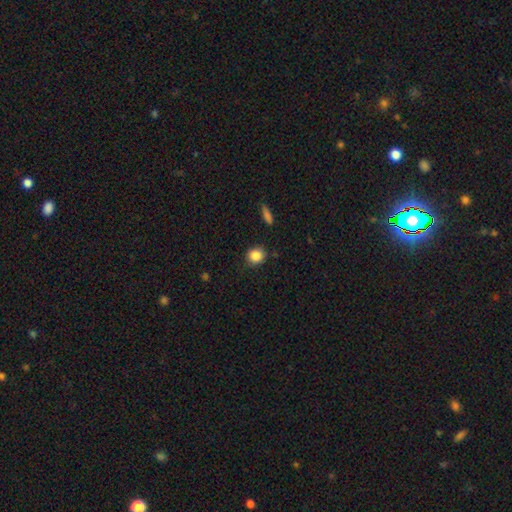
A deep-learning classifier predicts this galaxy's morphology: Smooth or featured: smooth — 86% (star or artifact — 10%)
How rounded: round — 82% (in between — 17%)
Merging: none — 84% (minor disturbance — 11%)